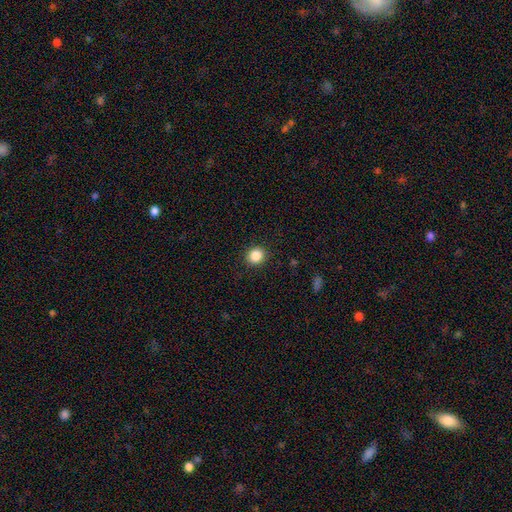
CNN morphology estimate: smooth-or-featured: smooth: 86% | star or artifact: 10% | featured or disk: 4%
  how-rounded: round: 86% | in between: 13% | cigar-shaped: 1%
  merging: none: 91% | minor disturbance: 6% | major disturbance: 2% | merger: 1%